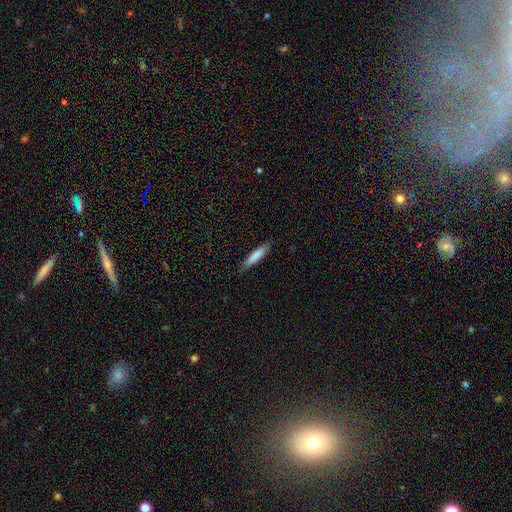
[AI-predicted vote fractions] This is clearly a smooth galaxy (81%). How rounded: clearly cigar-shaped (86%). Merging: clearly none (87%).